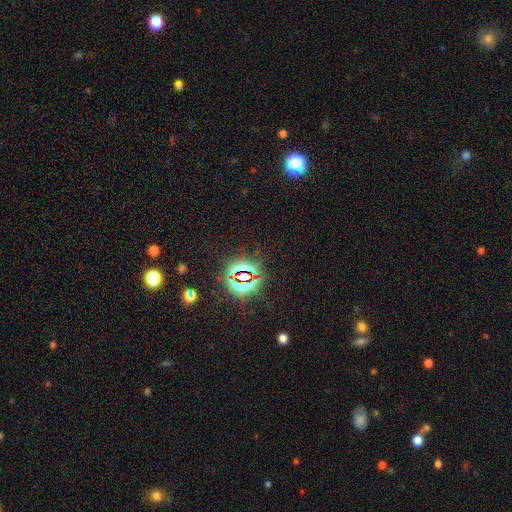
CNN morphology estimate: Smooth or featured: star or artifact — 80% (smooth — 13%)